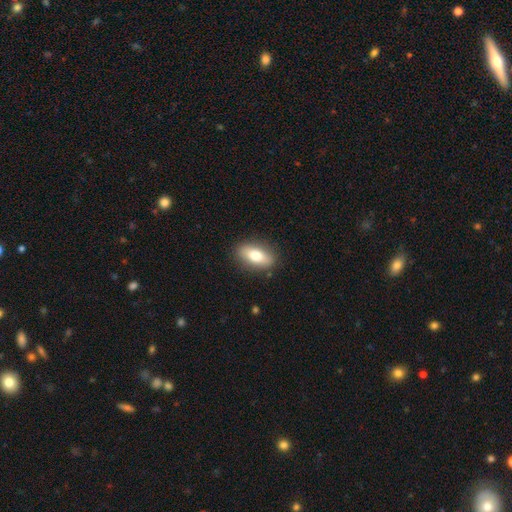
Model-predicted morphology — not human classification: Smooth or featured? Predicted: smooth (p=0.75). How rounded? Predicted: in between (p=0.83). Merging? Predicted: none (p=0.86).